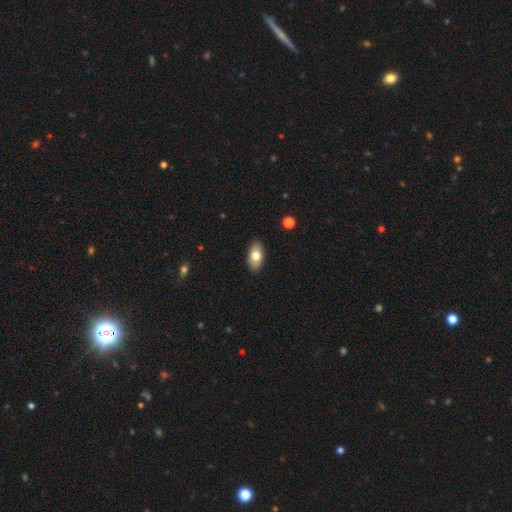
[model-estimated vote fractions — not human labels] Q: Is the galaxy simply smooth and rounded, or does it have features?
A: smooth — 76%.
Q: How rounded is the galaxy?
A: in between — 92%.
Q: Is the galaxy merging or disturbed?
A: none — 88%.